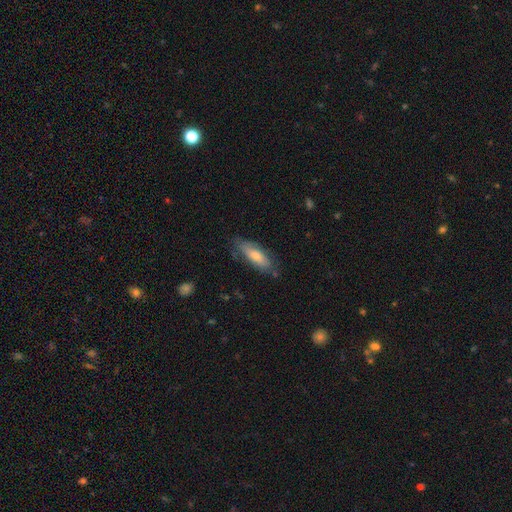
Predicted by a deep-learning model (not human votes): The model was most divided on "how rounded": in between: 65%, cigar-shaped: 34%, round: 2%. More confident: merging — none (69%); smooth or featured — smooth (68%).